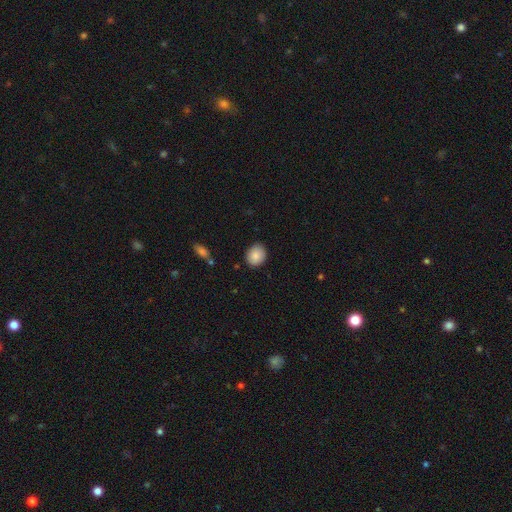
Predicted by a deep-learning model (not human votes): Smooth or featured? smooth (86%)
How rounded? round (58%)
Merging? none (86%)